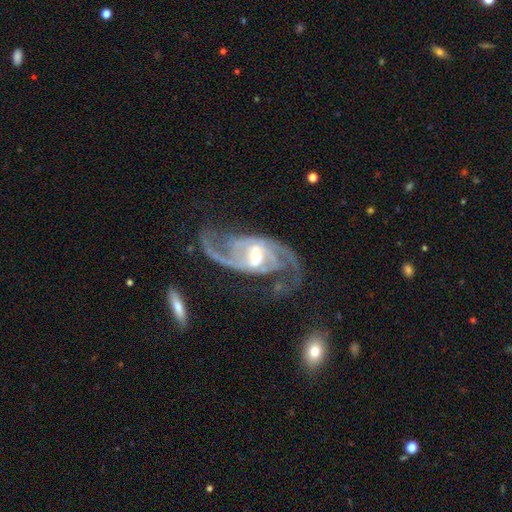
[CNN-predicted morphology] Smooth or featured? featured or disk (92%)
Edge-on disk? no (96%)
Bar? weak (47%)
Spiral arms? yes (98%)
Spiral winding? medium (52%)
Spiral arm count? 2 (84%)
Bulge size? moderate (57%)
Merging? none (66%)